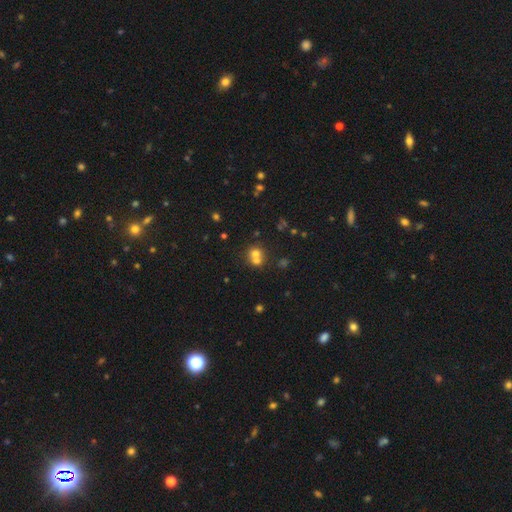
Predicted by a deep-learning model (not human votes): A smooth galaxy with no disk features (64%) that is round (81%). Merging: merger (57%).